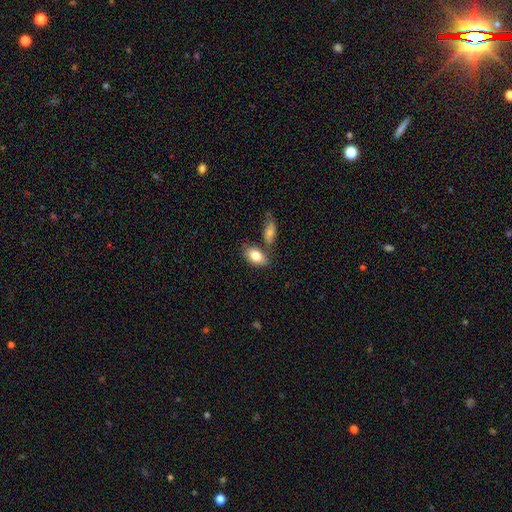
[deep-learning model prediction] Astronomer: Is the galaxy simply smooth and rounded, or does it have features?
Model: smooth — 81%.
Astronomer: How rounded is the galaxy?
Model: in between — 90%.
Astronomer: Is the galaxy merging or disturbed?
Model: none — 62%.